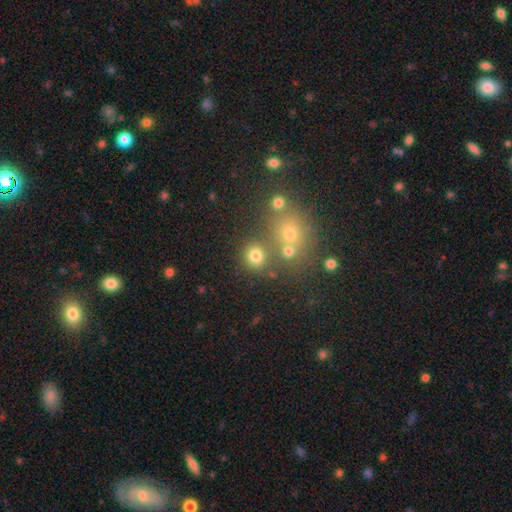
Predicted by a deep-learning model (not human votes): Q: Smooth or featured?
A: smooth (75%); runner-up: star or artifact (17%)
Q: How rounded?
A: round (86%); runner-up: in between (13%)
Q: Merging?
A: none (72%); runner-up: merger (15%)